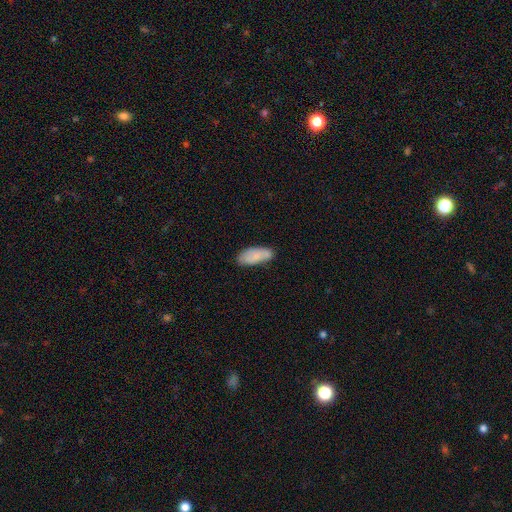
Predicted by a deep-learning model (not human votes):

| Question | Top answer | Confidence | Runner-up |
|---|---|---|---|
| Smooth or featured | smooth | 78% | featured or disk (16%) |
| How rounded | in between | 84% | cigar-shaped (15%) |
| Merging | none | 64% | minor disturbance (26%) |